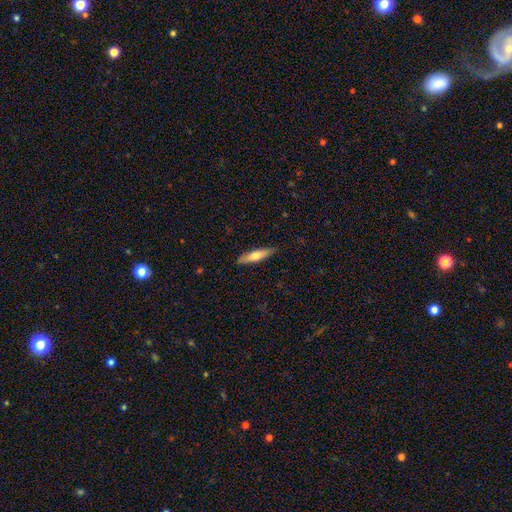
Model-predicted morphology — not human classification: A smooth galaxy with no disk features (61%) that is cigar-shaped (78%). Merging: none (89%).